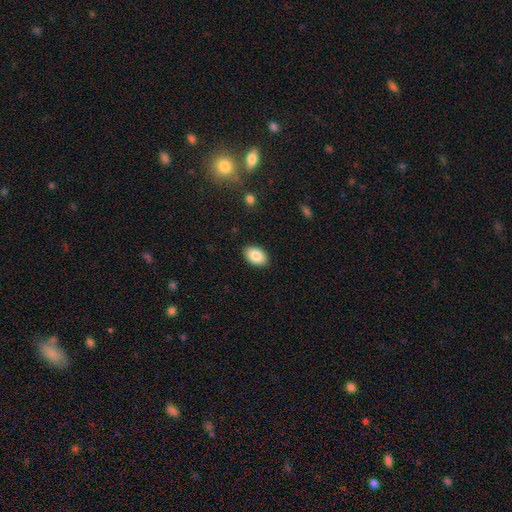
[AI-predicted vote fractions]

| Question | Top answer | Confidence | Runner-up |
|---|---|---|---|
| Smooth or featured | smooth | 85% | featured or disk (8%) |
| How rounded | in between | 90% | round (9%) |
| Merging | none | 89% | minor disturbance (8%) |